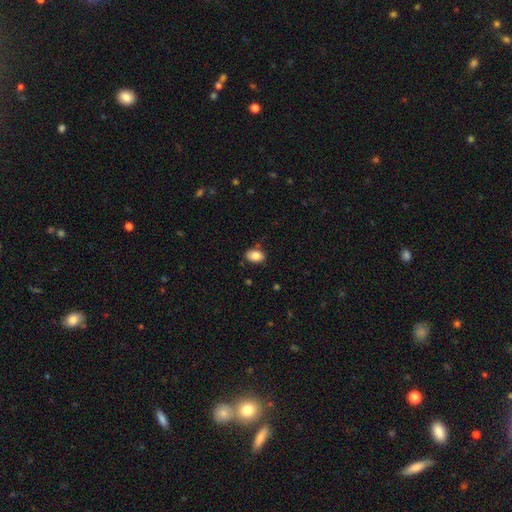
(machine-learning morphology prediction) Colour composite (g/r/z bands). It shows a smooth galaxy with no disk features (84%) that is in between round and cigar-shaped (85%). Merging: none (81%).